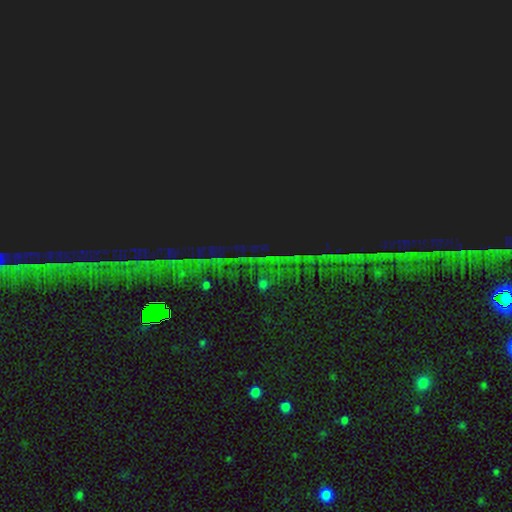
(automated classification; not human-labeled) smooth-or-featured: star or artifact: 87% | featured or disk: 7% | smooth: 6%